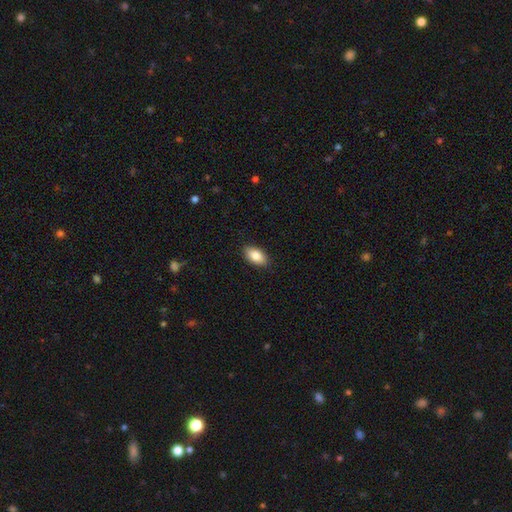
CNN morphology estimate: A smooth galaxy with no disk features (86%) that is in between round and cigar-shaped (93%).

Vote fractions:
- Smooth or featured? smooth: 86% / featured or disk: 7% / star or artifact: 7%
- How rounded? in between: 93% / round: 4% / cigar-shaped: 3%
- Merging? none: 89% / minor disturbance: 8% / major disturbance: 2% / merger: 1%